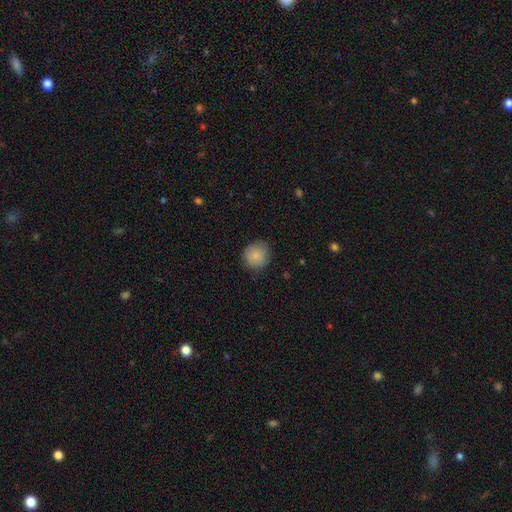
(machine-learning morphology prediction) Q: Smooth or featured?
A: smooth (81%); runner-up: featured or disk (12%)
Q: How rounded?
A: round (87%); runner-up: in between (12%)
Q: Merging?
A: none (79%); runner-up: minor disturbance (16%)